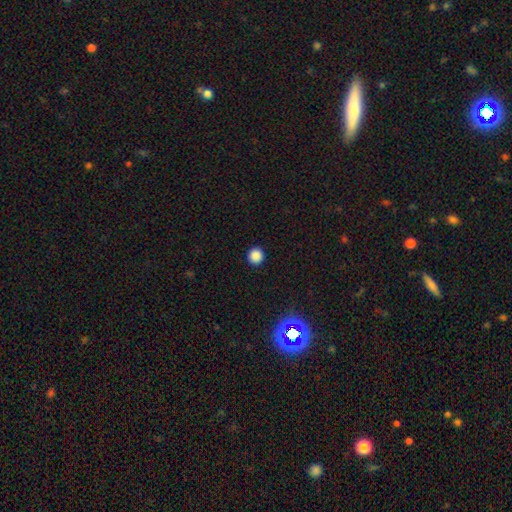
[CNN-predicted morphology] Smooth or featured: smooth — 86% (star or artifact — 12%)
How rounded: round — 95% (in between — 4%)
Merging: none — 93% (minor disturbance — 4%)